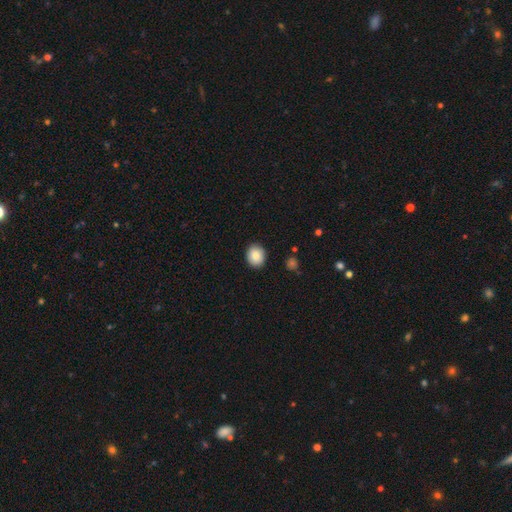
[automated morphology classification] A smooth galaxy with no disk features (85%) that is round (65%). Merging: none (90%).